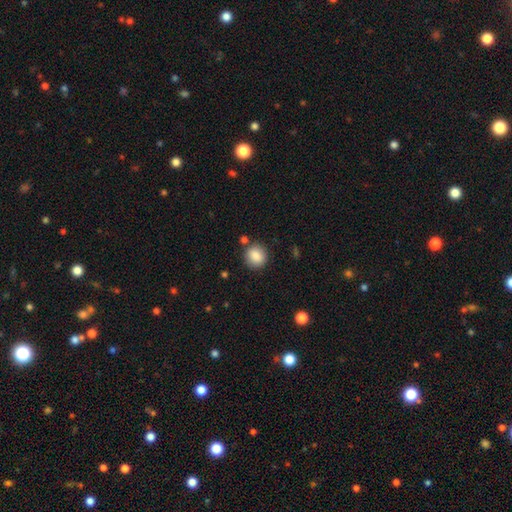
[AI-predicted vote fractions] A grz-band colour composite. It shows a smooth galaxy with no disk features (87%) that is round (84%). Merging: none (83%).